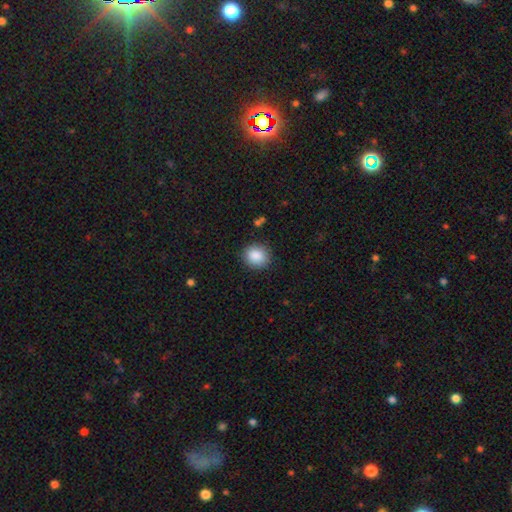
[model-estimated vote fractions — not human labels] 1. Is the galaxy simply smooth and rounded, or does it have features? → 88% smooth, 8% star or artifact, 4% featured or disk.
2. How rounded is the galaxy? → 85% round, 14% in between, 1% cigar-shaped.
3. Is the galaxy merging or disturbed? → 89% none, 8% minor disturbance, 2% major disturbance, 1% merger.